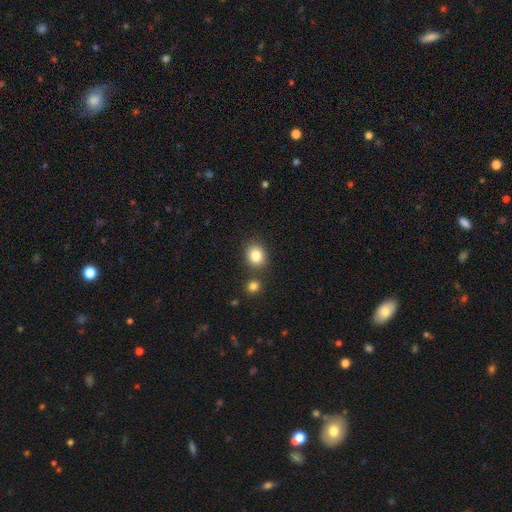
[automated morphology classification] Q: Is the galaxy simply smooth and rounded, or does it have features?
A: smooth — 83%.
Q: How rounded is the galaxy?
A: round — 68%.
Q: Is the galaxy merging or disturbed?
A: none — 77%.